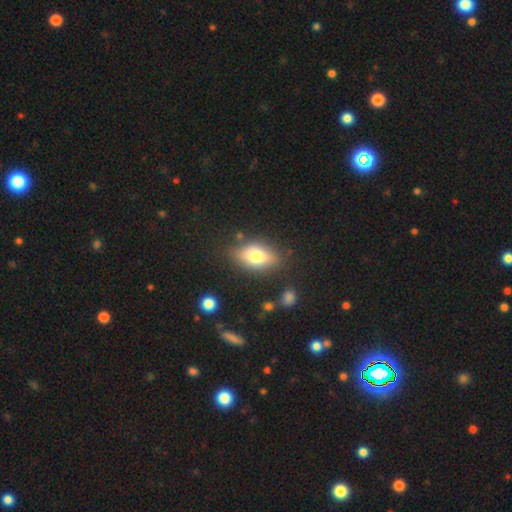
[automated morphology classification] A smooth galaxy with no disk features (67%) that is in between round and cigar-shaped (83%). Merging: none (81%).